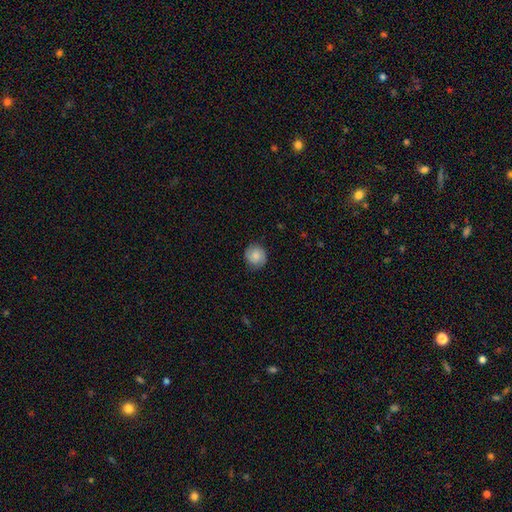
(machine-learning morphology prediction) Smooth or featured? smooth (68%)
How rounded? round (87%)
Merging? none (83%)